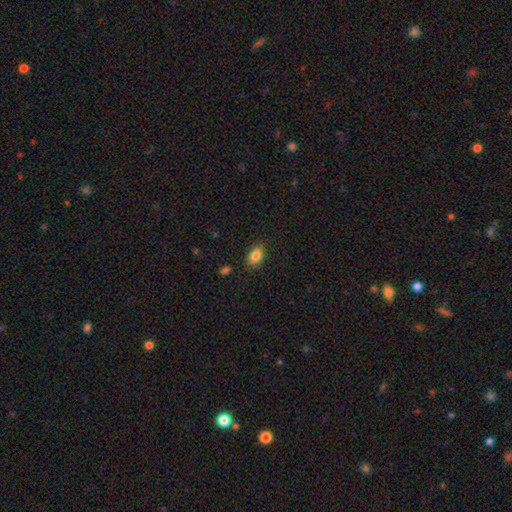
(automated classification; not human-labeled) Smooth or featured?
  - smooth: 85% *
  - star or artifact: 9%
  - featured or disk: 7%
How rounded?
  - in between: 84% *
  - round: 14%
  - cigar-shaped: 2%
Merging?
  - none: 85% *
  - minor disturbance: 11%
  - major disturbance: 3%
  - merger: 1%